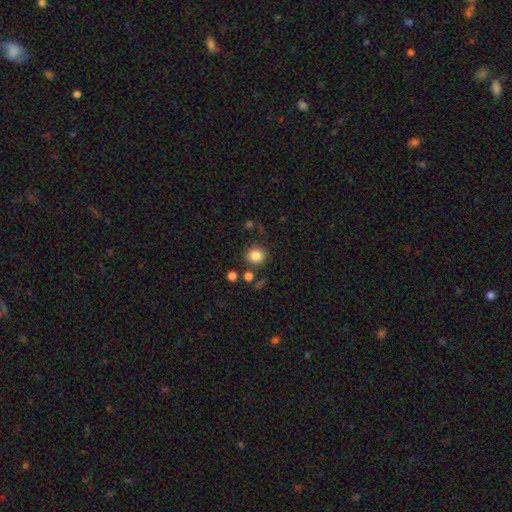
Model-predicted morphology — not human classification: Smooth or featured? smooth (84%)
How rounded? round (91%)
Merging? none (83%)